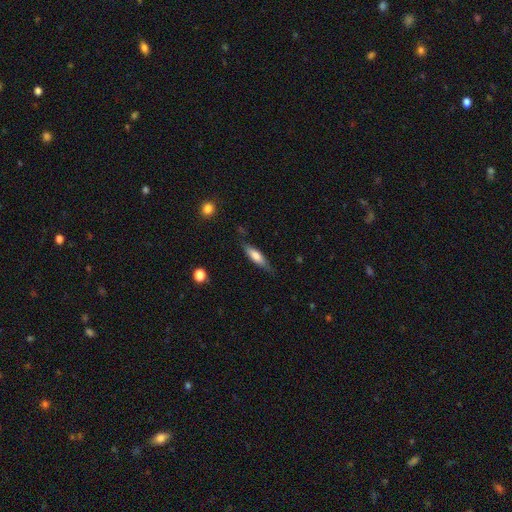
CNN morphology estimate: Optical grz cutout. It shows a smooth galaxy with no disk features (62%) that is cigar-shaped (65%). Merging: none (76%).